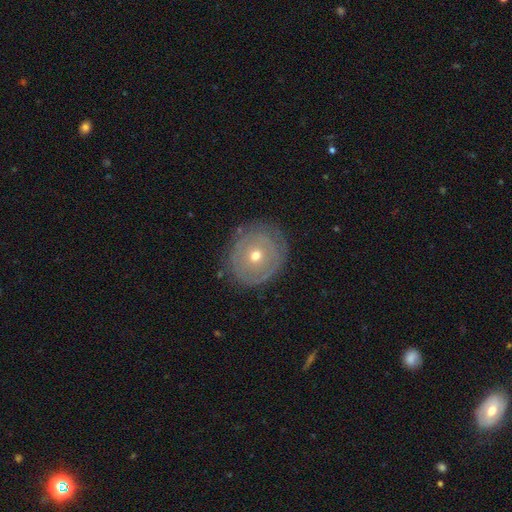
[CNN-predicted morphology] Smooth or featured? featured or disk (58%)
Edge-on disk? no (95%)
Bar? no (88%)
Spiral arms? no (58%)
Bulge size? moderate (55%)
Merging? none (78%)